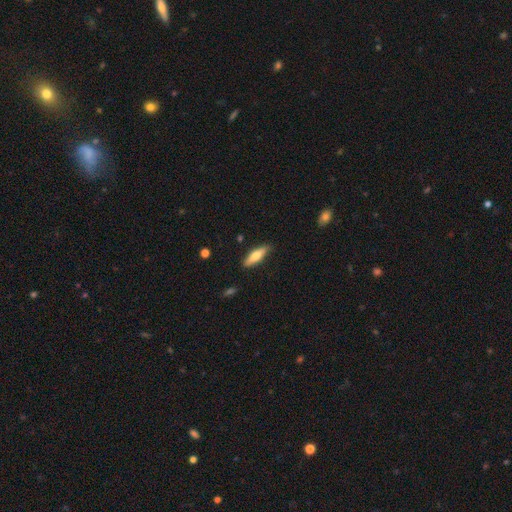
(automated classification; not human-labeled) Smooth or featured? Predicted: smooth (p=0.68). How rounded? Predicted: cigar-shaped (p=0.60). Merging? Predicted: none (p=0.85).